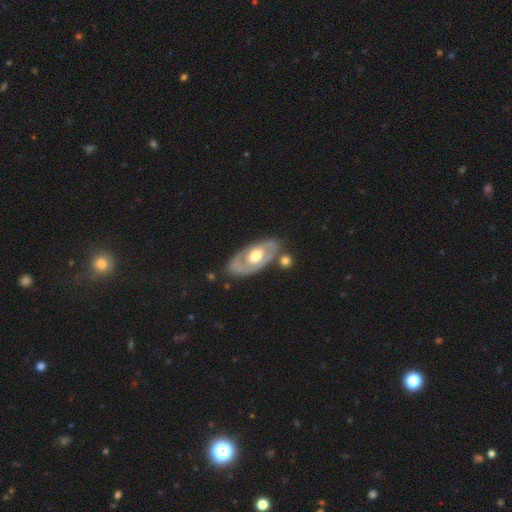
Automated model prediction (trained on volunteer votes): Smooth or featured? Predicted: featured or disk (p=0.67). Edge-on disk? Predicted: no (p=0.88). Bar? Predicted: no (p=0.83). Spiral arms? Predicted: no (p=0.70). Bulge size? Predicted: moderate (p=0.67). Merging? Predicted: none (p=0.72).